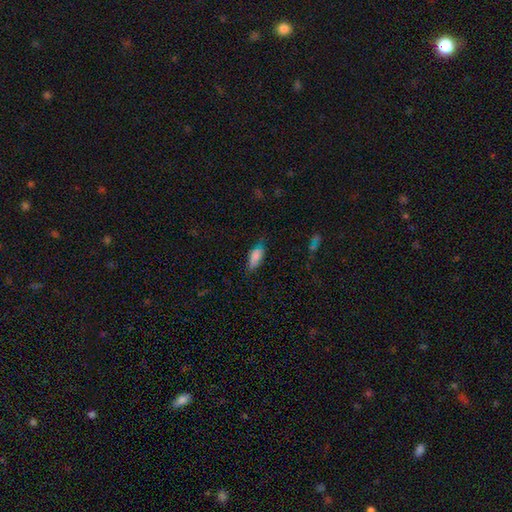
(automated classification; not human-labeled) Morphology: type=smooth (82%); roundness=in between (80%); merging=none (60%).